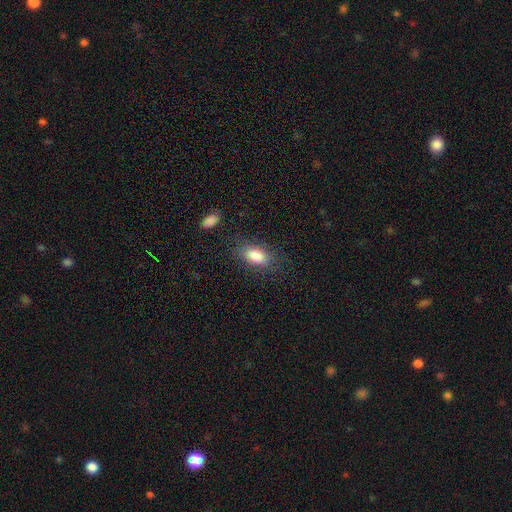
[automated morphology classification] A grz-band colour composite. It shows a smooth galaxy with no disk features (86%) that is in between round and cigar-shaped (90%). Merging: none (79%).